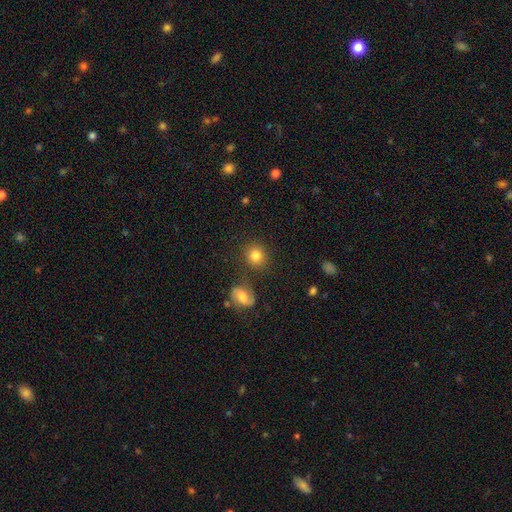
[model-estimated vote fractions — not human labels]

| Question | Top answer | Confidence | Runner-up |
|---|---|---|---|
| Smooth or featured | smooth | 81% | featured or disk (10%) |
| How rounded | round | 87% | in between (12%) |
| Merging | none | 82% | minor disturbance (9%) |